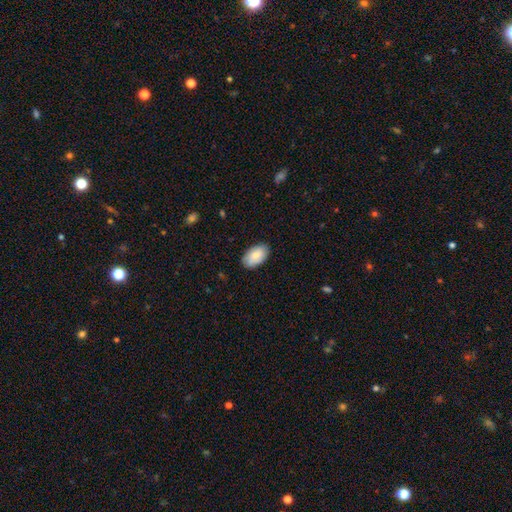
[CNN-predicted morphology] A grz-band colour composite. It shows a smooth galaxy with no disk features (81%) that is in between round and cigar-shaped (94%). Merging: none (84%).